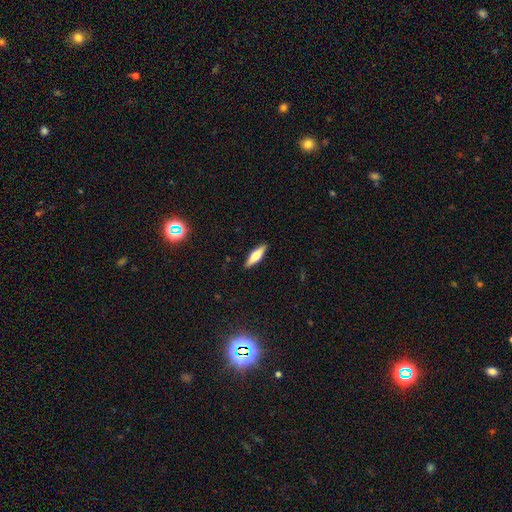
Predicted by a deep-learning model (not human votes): smooth 54%, featured or disk 40%, star or artifact 6%. Down the decision tree: how rounded — cigar-shaped (61%); merging — none (90%).